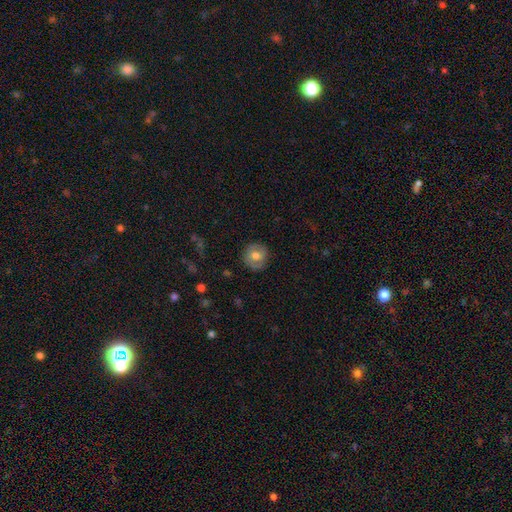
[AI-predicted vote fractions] Smooth or featured? smooth (62%)
How rounded? round (86%)
Merging? none (83%)